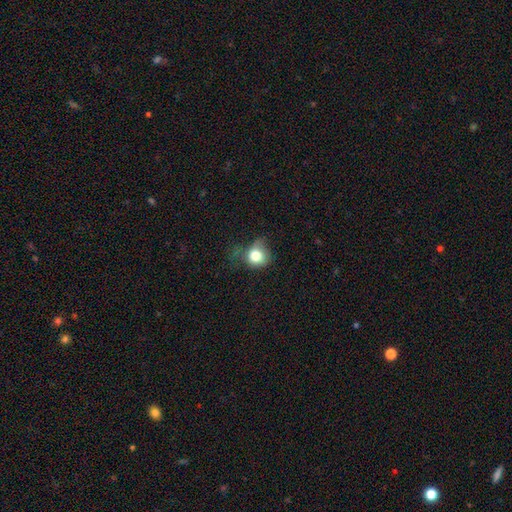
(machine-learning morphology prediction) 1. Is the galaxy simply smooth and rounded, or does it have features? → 77% smooth, 12% featured or disk, 11% star or artifact.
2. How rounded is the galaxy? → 70% round, 29% in between, 1% cigar-shaped.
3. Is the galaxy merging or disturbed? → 38% none, 37% minor disturbance, 23% major disturbance, 3% merger.